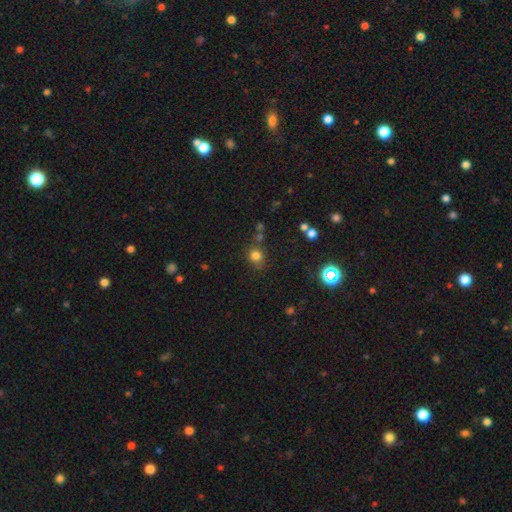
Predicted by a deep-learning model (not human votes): Smooth or featured?
  - smooth: 76% *
  - star or artifact: 18%
  - featured or disk: 6%
How rounded?
  - round: 82% *
  - in between: 17%
  - cigar-shaped: 1%
Merging?
  - none: 71% *
  - minor disturbance: 14%
  - merger: 9%
  - major disturbance: 6%